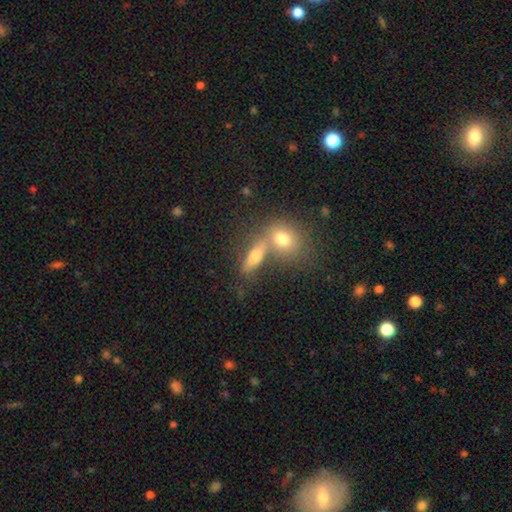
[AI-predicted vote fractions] Smooth or featured? Predicted: smooth (p=0.60). How rounded? Predicted: in between (p=0.53). Merging? Predicted: merger (p=0.46).